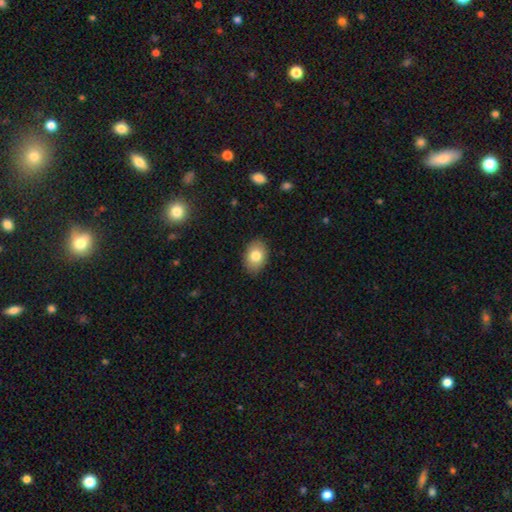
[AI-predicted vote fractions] A smooth galaxy with no disk features (80%) that is in between round and cigar-shaped (78%).

Vote fractions:
- Smooth or featured? smooth: 80% / featured or disk: 12% / star or artifact: 8%
- How rounded? in between: 78% / round: 21% / cigar-shaped: 1%
- Merging? none: 86% / minor disturbance: 11% / major disturbance: 2% / merger: 1%